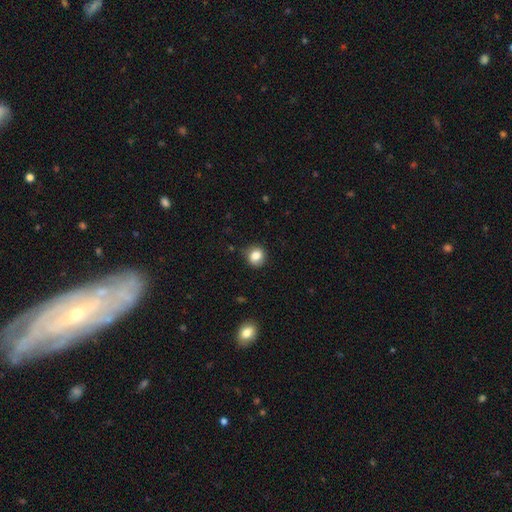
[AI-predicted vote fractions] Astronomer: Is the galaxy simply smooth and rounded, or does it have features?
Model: smooth — 82%.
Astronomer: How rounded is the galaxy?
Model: round — 78%.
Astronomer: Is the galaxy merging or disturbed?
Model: none — 80%.